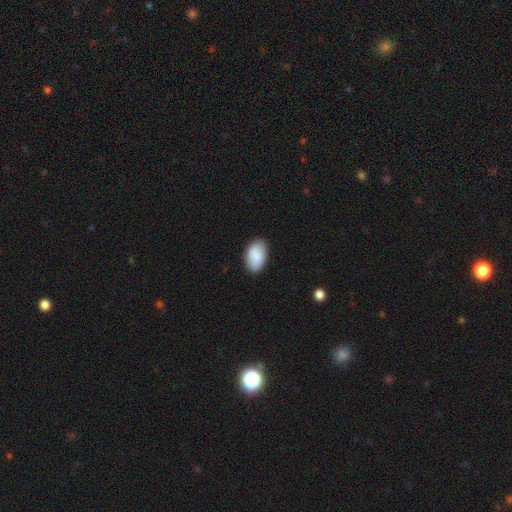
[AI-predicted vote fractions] Q: Smooth or featured?
A: smooth (87%); runner-up: featured or disk (7%)
Q: How rounded?
A: in between (93%); runner-up: round (6%)
Q: Merging?
A: none (85%); runner-up: minor disturbance (11%)